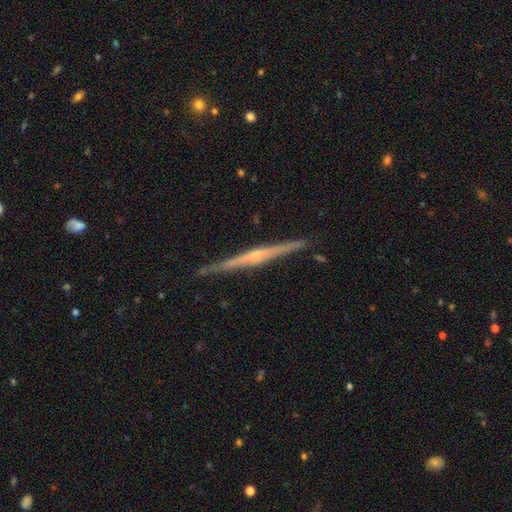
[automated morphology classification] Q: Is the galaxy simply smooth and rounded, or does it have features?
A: featured or disk — 84%.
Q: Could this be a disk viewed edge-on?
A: yes — 99%.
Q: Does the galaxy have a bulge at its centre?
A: rounded — 76%.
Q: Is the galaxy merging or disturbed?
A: none — 91%.